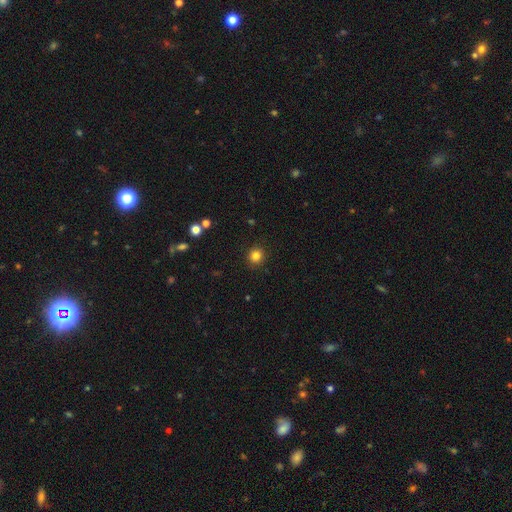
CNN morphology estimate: This is clearly a smooth galaxy (83%). How rounded: clearly round (91%). Merging: clearly none (90%).